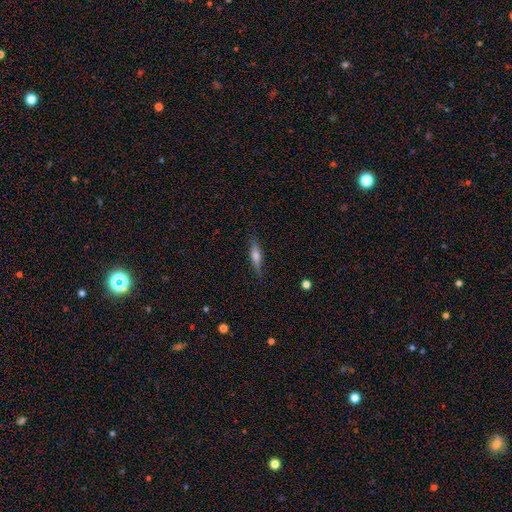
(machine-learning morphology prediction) A featured or disk galaxy (50%).

Vote fractions:
- Smooth or featured? featured or disk: 50% / smooth: 43% / star or artifact: 7%
- Merging? none: 85% / minor disturbance: 11% / major disturbance: 2% / merger: 1%